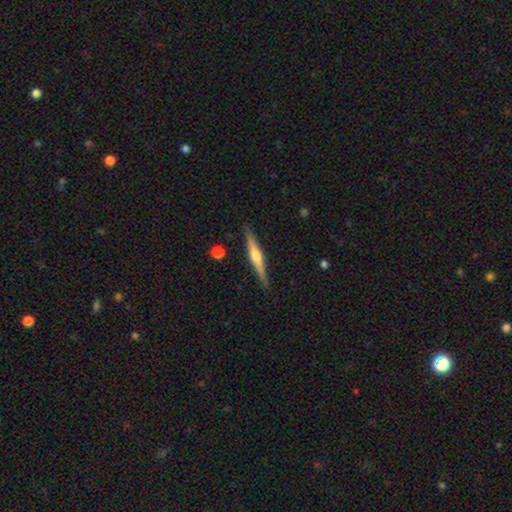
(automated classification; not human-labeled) This is likely a featured or disk galaxy (72%). It is clearly viewed edge-on (98%). Edge-on bulge: clearly rounded (88%). Merging: clearly none (89%).